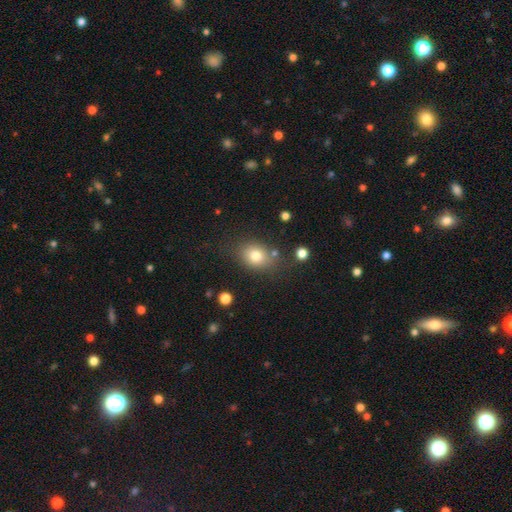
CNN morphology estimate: This is likely a smooth galaxy (78%). How rounded: possibly in between (56%). Merging: likely none (74%).